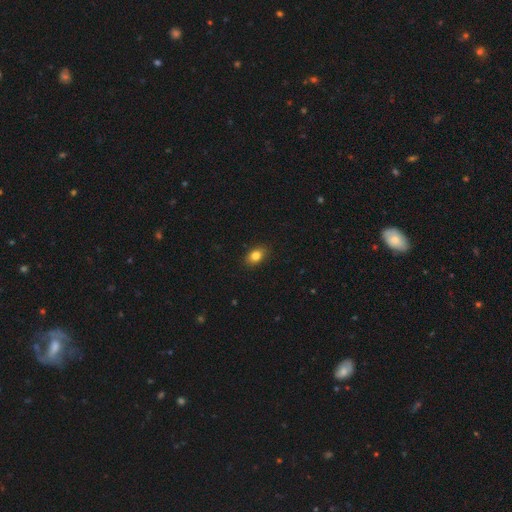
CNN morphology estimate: smooth-or-featured: smooth: 82% | star or artifact: 9% | featured or disk: 8%
  how-rounded: in between: 81% | round: 17% | cigar-shaped: 2%
  merging: none: 88% | minor disturbance: 9% | major disturbance: 2% | merger: 1%